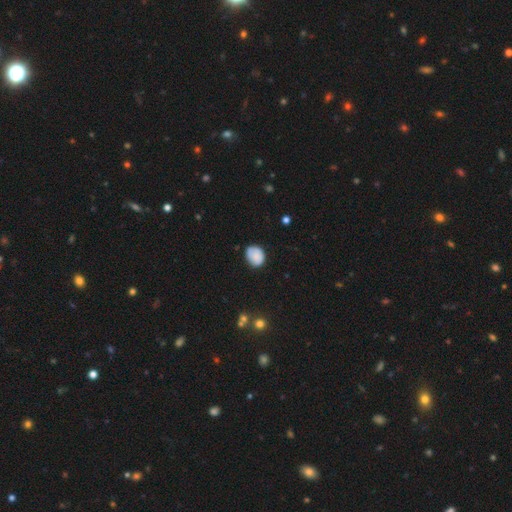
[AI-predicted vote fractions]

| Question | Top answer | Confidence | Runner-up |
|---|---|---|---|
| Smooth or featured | smooth | 80% | featured or disk (11%) |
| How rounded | round | 54% | in between (45%) |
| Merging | none | 69% | minor disturbance (24%) |